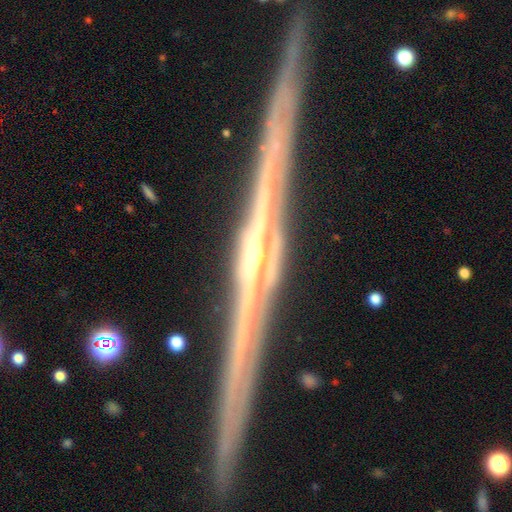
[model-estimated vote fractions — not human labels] smooth-or-featured: featured or disk: 87% | star or artifact: 7% | smooth: 6%
  disk-edge-on: yes: 98% | no: 2%
    edge-on-bulge: rounded: 61% | none: 30% | boxy: 9%
  merging: none: 91% | minor disturbance: 6% | major disturbance: 1% | merger: 1%